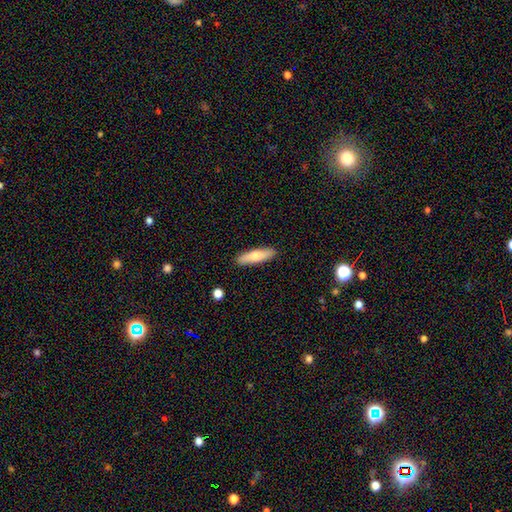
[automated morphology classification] A smooth galaxy with no disk features (67%) that is cigar-shaped (69%). Merging: none (90%).